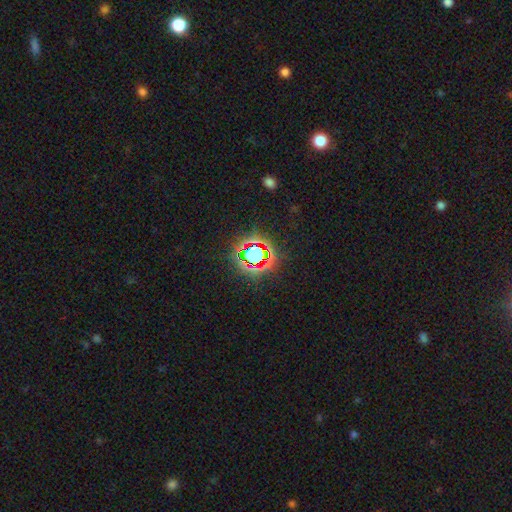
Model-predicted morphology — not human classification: The model was most divided on "smooth or featured": star or artifact: 69%, smooth: 19%, featured or disk: 12%.